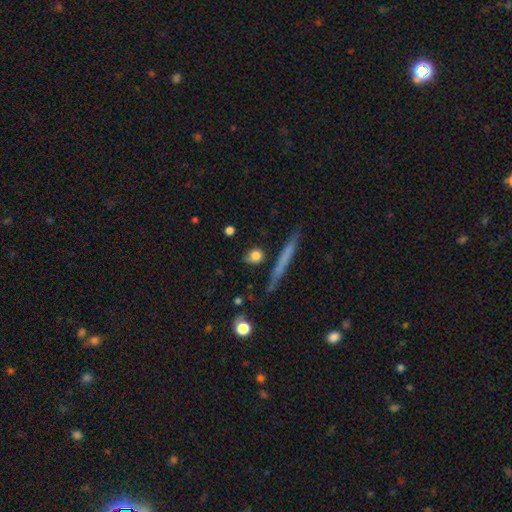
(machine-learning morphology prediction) type=smooth (78%); roundness=round (58%); merging=none (75%).